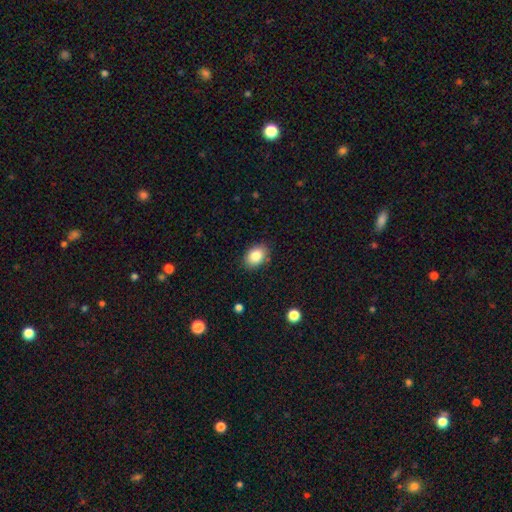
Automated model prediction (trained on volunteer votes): Smooth or featured?
  - smooth: 84% *
  - star or artifact: 8%
  - featured or disk: 8%
How rounded?
  - in between: 76% *
  - round: 23%
  - cigar-shaped: 1%
Merging?
  - none: 87% *
  - minor disturbance: 10%
  - major disturbance: 2%
  - merger: 1%